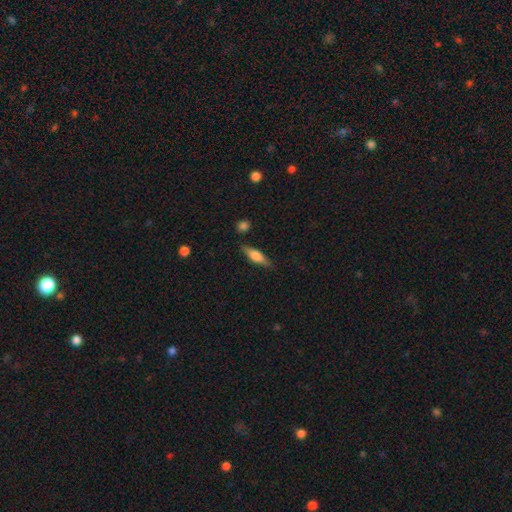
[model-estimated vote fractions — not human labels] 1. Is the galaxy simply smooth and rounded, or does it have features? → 61% smooth, 33% featured or disk, 7% star or artifact.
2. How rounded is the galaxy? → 52% cigar-shaped, 45% in between, 3% round.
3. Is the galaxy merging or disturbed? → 82% none, 12% minor disturbance, 3% major disturbance, 3% merger.